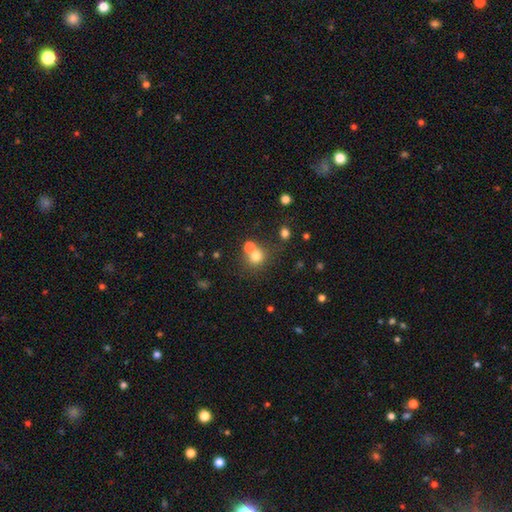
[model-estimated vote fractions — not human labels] Smooth or featured? smooth (73%)
How rounded? round (85%)
Merging? none (53%)